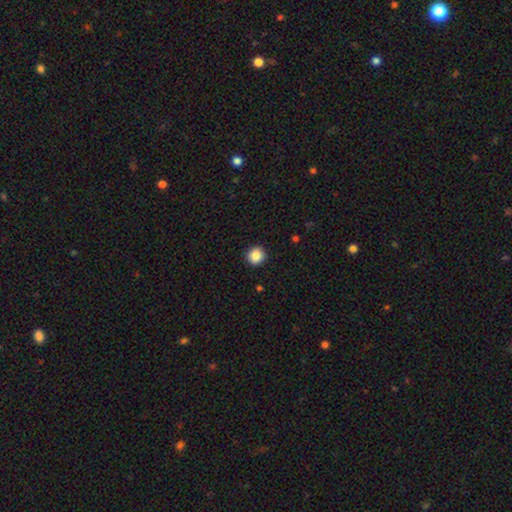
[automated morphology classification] This appears to be a smooth galaxy with no disk features (87%) that is round (91%). Merging: none (91%).